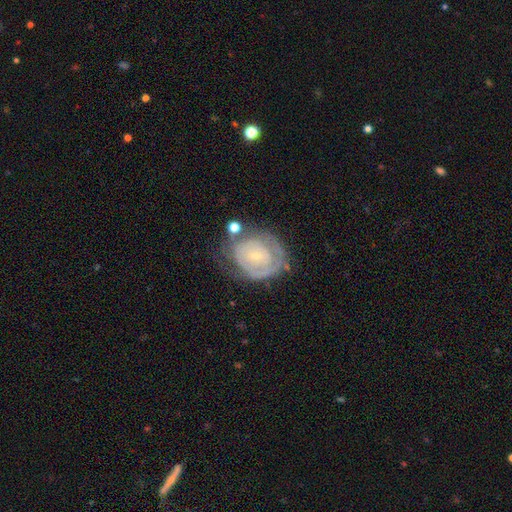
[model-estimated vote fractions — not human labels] Smooth or featured? featured or disk (73%)
Edge-on disk? no (97%)
Bar? no (72%)
Spiral arms? yes (74%)
Spiral winding? tight (74%)
Spiral arm count? can't tell (49%)
Bulge size? small (78%)
Merging? none (59%)